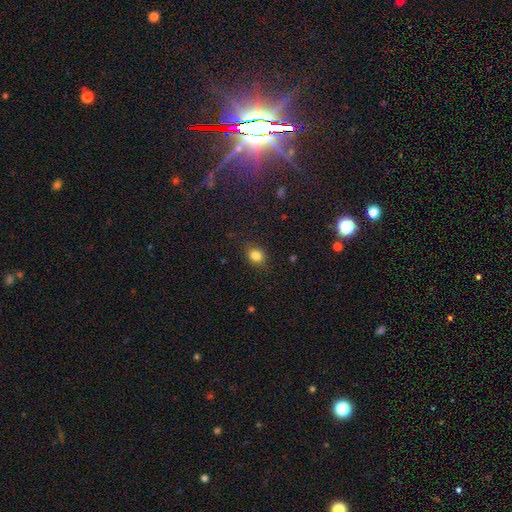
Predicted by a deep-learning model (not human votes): Morphology: type=smooth (83%); roundness=round (51%); merging=none (85%).